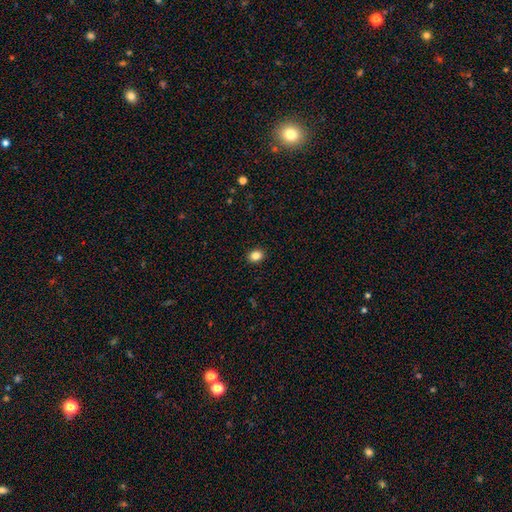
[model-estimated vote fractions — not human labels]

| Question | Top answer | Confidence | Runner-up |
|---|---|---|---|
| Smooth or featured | smooth | 84% | star or artifact (11%) |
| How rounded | round | 53% | in between (46%) |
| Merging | none | 91% | minor disturbance (6%) |